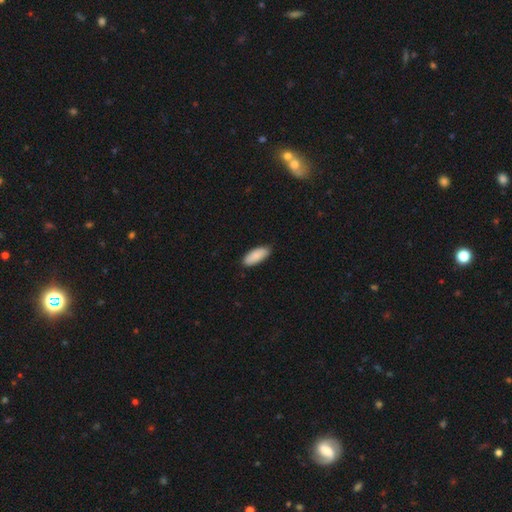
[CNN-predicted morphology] smooth-or-featured: smooth: 89% | star or artifact: 6% | featured or disk: 5%
  how-rounded: in between: 83% | cigar-shaped: 16% | round: 2%
  merging: none: 83% | minor disturbance: 14% | major disturbance: 2% | merger: 1%